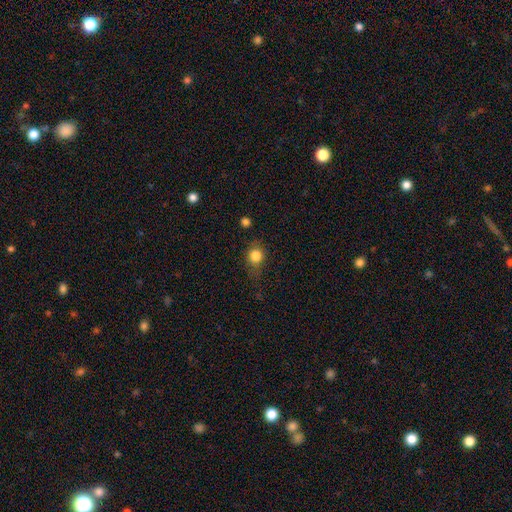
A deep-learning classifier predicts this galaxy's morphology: smooth 81%, star or artifact 11%, featured or disk 8%. Down the decision tree: how rounded — round (75%); merging — none (58%).